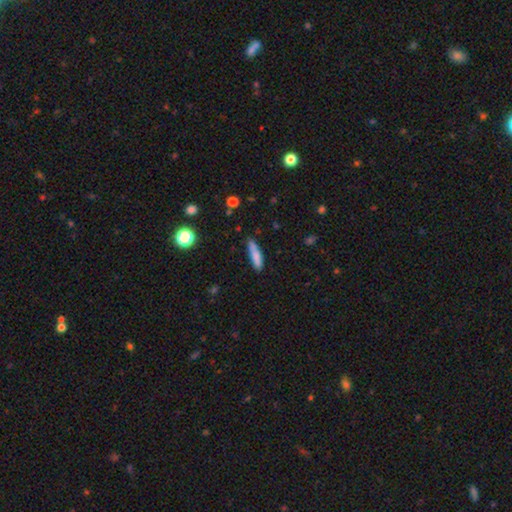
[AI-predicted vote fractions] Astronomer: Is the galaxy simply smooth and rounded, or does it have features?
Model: smooth — 79%.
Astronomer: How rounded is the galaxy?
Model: cigar-shaped — 75%.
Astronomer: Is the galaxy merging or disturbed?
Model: none — 72%.